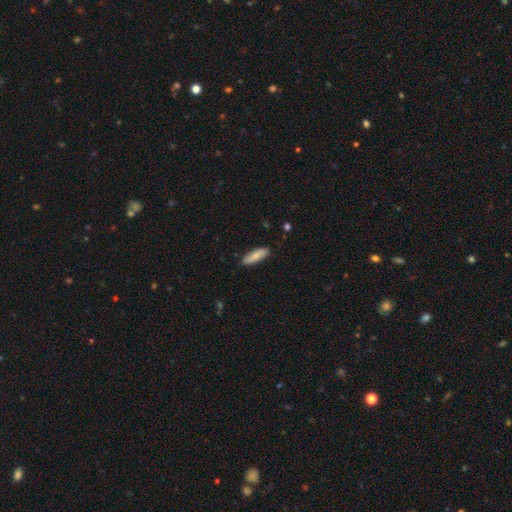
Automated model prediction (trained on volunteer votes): smooth_or_featured: smooth (p=0.74) [alt: featured or disk p=0.20]
how_rounded: in between (p=0.52) [alt: cigar-shaped p=0.46]
merging: none (p=0.86) [alt: minor disturbance p=0.11]